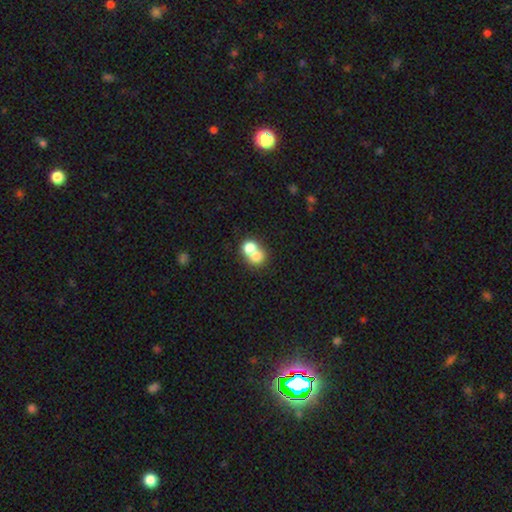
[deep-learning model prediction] Smooth or featured: smooth — 71% (featured or disk — 18%)
How rounded: round — 71% (in between — 28%)
Merging: merger — 66% (none — 27%)